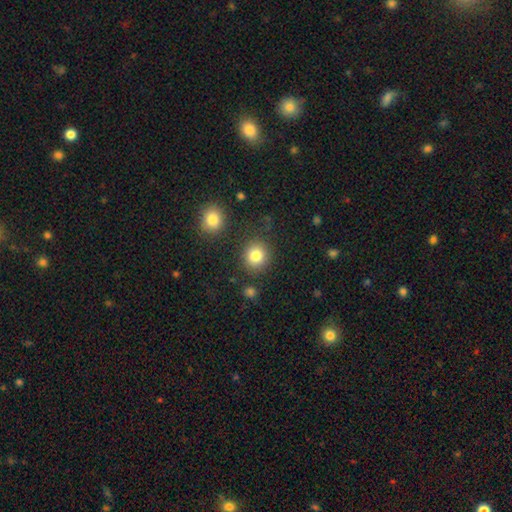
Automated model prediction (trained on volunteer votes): This is clearly a smooth galaxy (84%). How rounded: clearly round (86%). Merging: clearly none (84%).